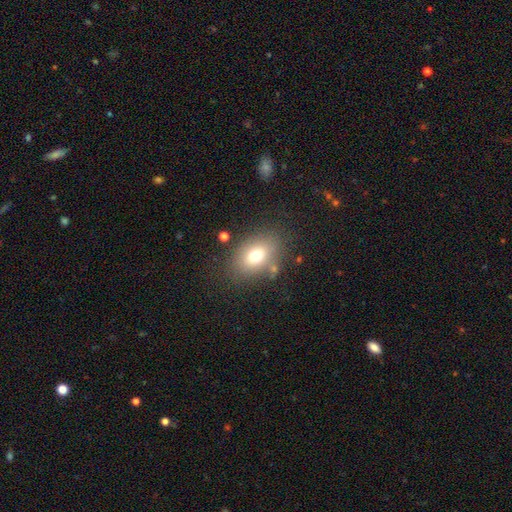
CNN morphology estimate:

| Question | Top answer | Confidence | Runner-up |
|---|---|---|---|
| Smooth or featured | smooth | 73% | featured or disk (15%) |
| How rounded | in between | 77% | round (22%) |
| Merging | none | 77% | minor disturbance (13%) |